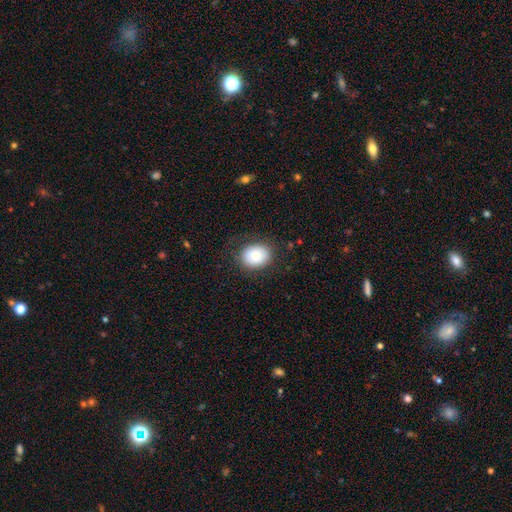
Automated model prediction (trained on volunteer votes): This appears to be a smooth galaxy with no disk features (72%) that is round (55%). Merging: none (82%).